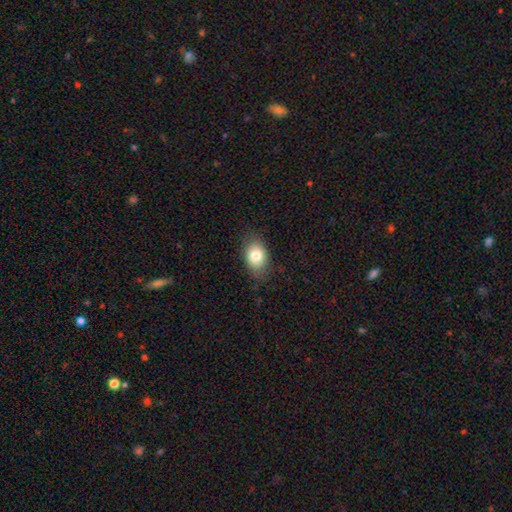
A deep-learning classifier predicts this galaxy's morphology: A smooth galaxy with no disk features (80%) that is in between round and cigar-shaped (76%). Merging: none (79%).